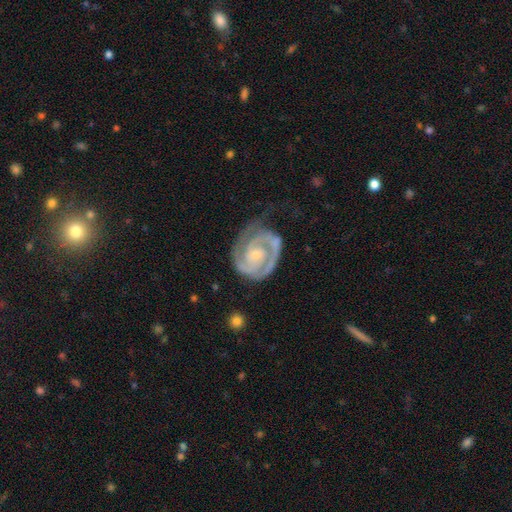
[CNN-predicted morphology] Q: Smooth or featured?
A: featured or disk (91%); runner-up: smooth (5%)
Q: Edge-on disk?
A: no (98%); runner-up: yes (2%)
Q: Bar?
A: no (60%); runner-up: weak (31%)
Q: Spiral arms?
A: yes (98%); runner-up: no (2%)
Q: Spiral winding?
A: tight (69%); runner-up: medium (27%)
Q: Spiral arm count?
A: 2 (73%); runner-up: 3 (9%)
Q: Bulge size?
A: small (66%); runner-up: moderate (28%)
Q: Merging?
A: none (58%); runner-up: minor disturbance (25%)